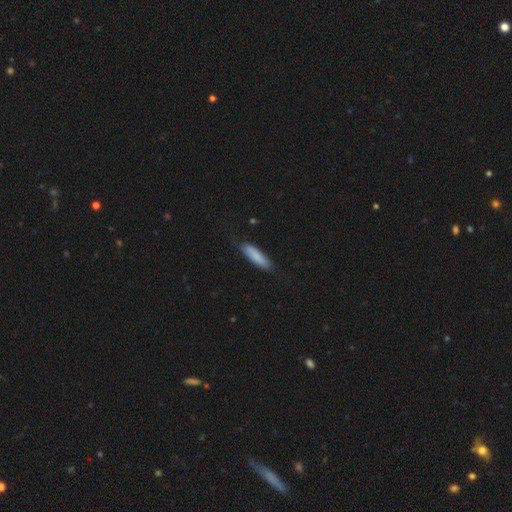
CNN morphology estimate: The model was most divided on "how rounded": cigar-shaped: 67%, in between: 31%, round: 1%. More confident: smooth or featured — smooth (84%); merging — none (77%).